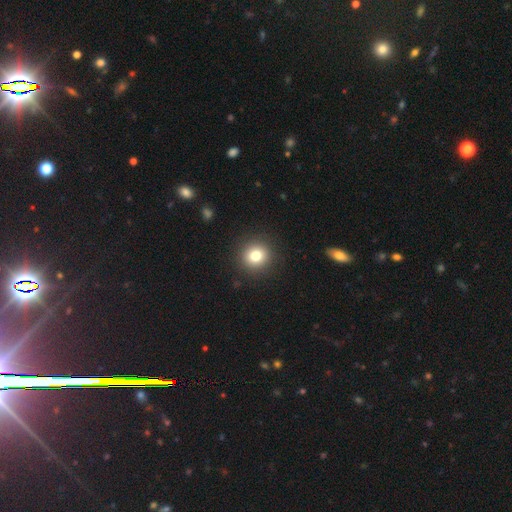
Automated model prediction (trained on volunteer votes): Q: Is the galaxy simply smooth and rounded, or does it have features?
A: smooth — 79%.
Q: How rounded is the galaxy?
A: round — 91%.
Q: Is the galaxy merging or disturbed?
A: none — 91%.